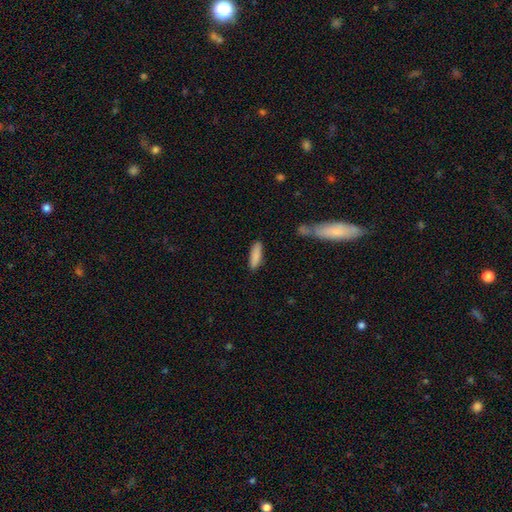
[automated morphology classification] A smooth galaxy with no disk features (86%) that is cigar-shaped (60%).

Vote fractions:
- Smooth or featured? smooth: 86% / featured or disk: 8% / star or artifact: 6%
- How rounded? cigar-shaped: 60% / in between: 38% / round: 2%
- Merging? none: 83% / minor disturbance: 10% / merger: 4% / major disturbance: 3%